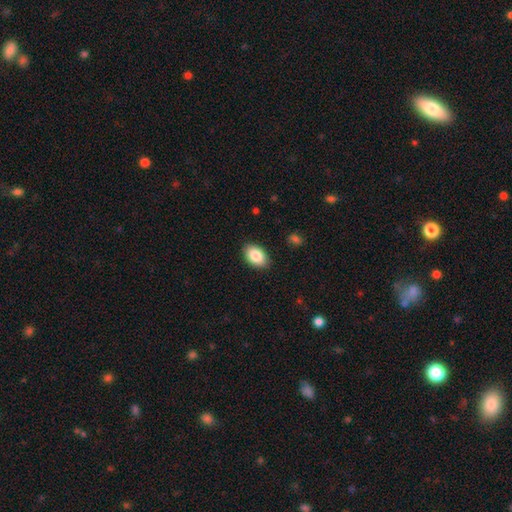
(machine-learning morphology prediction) smooth_or_featured: smooth (p=0.86) [alt: featured or disk p=0.07]
how_rounded: in between (p=0.90) [alt: round p=0.09]
merging: none (p=0.88) [alt: minor disturbance p=0.09]